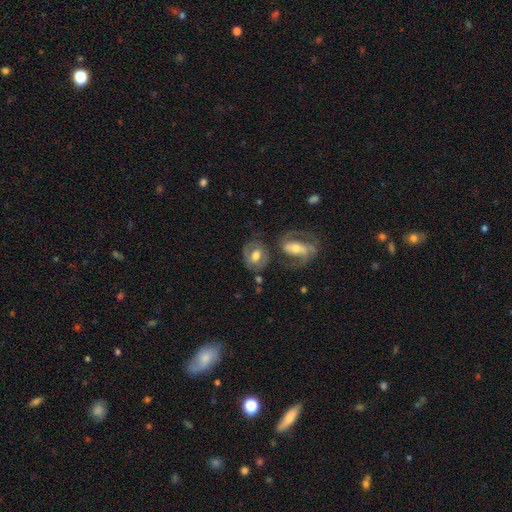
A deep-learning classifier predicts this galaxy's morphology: This appears to be a featured or disk galaxy (53%). Merging: none (51%).